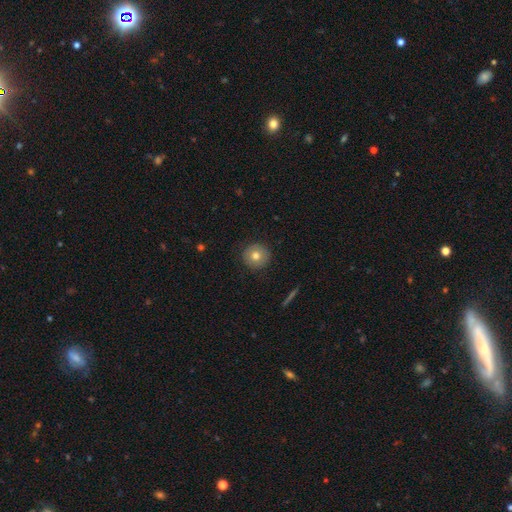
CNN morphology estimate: A smooth galaxy with no disk features (75%) that is round (95%).

Vote fractions:
- Smooth or featured? smooth: 75% / featured or disk: 16% / star or artifact: 9%
- How rounded? round: 95% / in between: 4% / cigar-shaped: 1%
- Merging? none: 91% / minor disturbance: 6% / major disturbance: 2% / merger: 1%